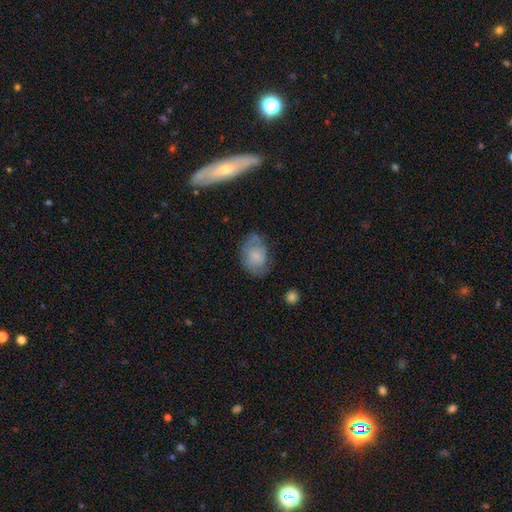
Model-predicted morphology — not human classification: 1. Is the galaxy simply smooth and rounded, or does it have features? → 56% smooth, 35% featured or disk, 9% star or artifact.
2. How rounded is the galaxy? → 77% in between, 21% round, 1% cigar-shaped.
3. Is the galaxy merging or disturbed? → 59% none, 27% minor disturbance, 12% major disturbance, 2% merger.